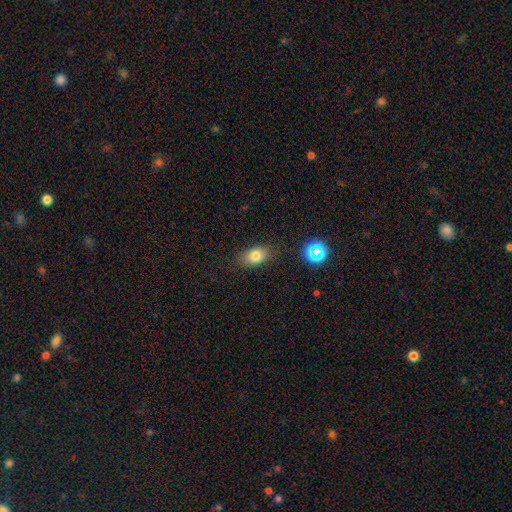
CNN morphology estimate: This appears to be a smooth galaxy with no disk features (77%) that is in between round and cigar-shaped (79%). Merging: none (81%).